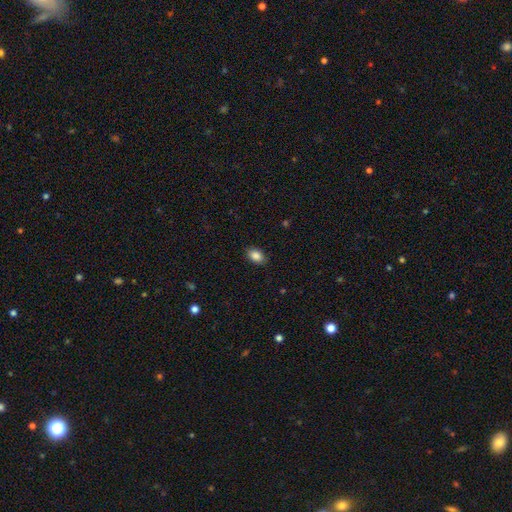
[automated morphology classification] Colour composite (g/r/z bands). It shows a smooth galaxy with no disk features (87%) that is in between round and cigar-shaped (83%). Merging: none (88%).